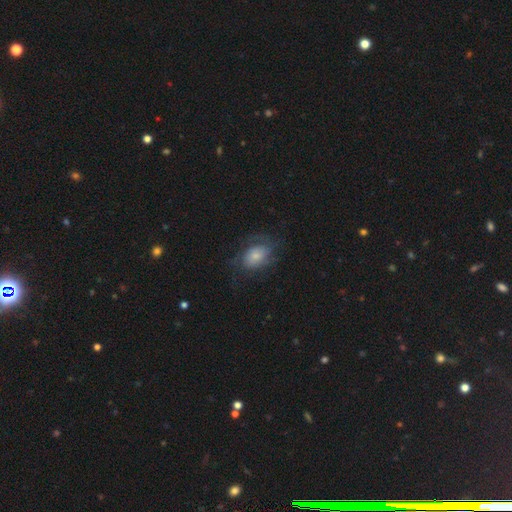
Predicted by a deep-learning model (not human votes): Morphology: type=smooth (53%); roundness=in between (76%); merging=none (53%).